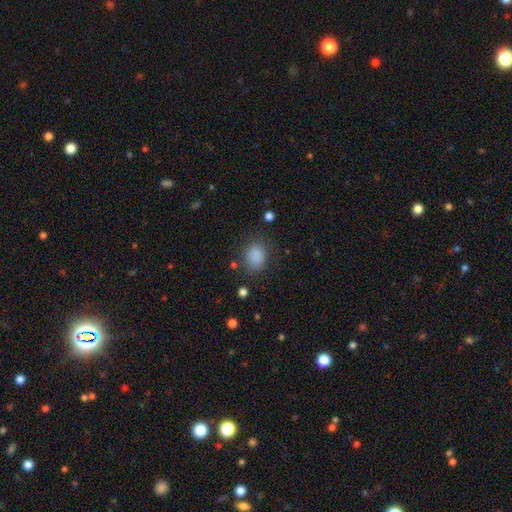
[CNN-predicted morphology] Q: Smooth or featured?
A: smooth (85%); runner-up: star or artifact (11%)
Q: How rounded?
A: in between (51%); runner-up: round (48%)
Q: Merging?
A: none (76%); runner-up: minor disturbance (15%)